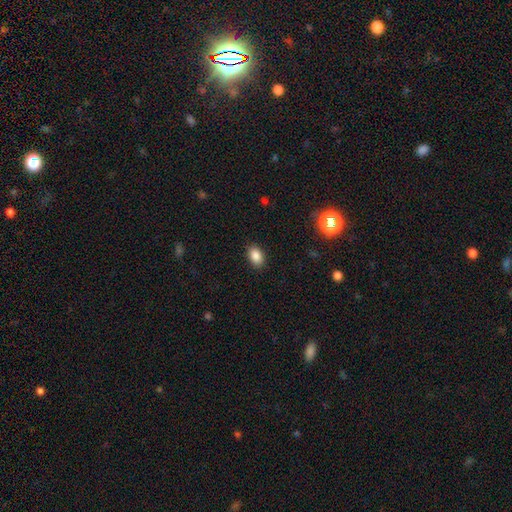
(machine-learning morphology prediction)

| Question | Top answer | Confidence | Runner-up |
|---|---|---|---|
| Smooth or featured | smooth | 87% | star or artifact (9%) |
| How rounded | in between | 87% | round (12%) |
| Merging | none | 88% | minor disturbance (8%) |